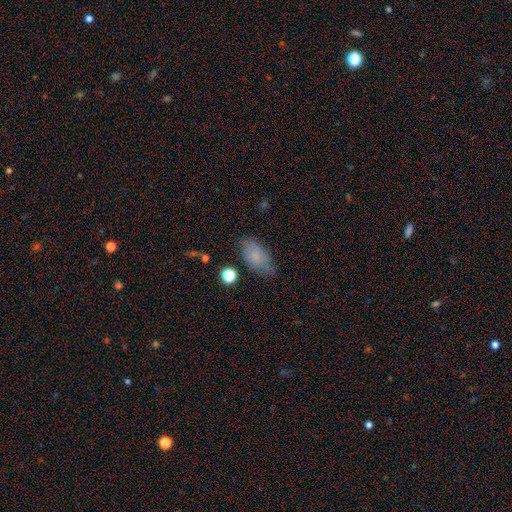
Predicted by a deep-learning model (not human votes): Smooth or featured: smooth — 74% (featured or disk — 17%)
How rounded: in between — 91% (round — 5%)
Merging: none — 69% (minor disturbance — 23%)